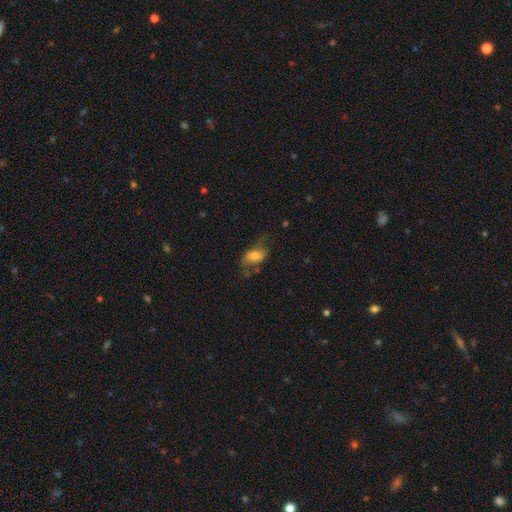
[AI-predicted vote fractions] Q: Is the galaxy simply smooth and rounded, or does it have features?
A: smooth — 67%.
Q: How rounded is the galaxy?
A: in between — 86%.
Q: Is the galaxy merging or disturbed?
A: none — 46%.